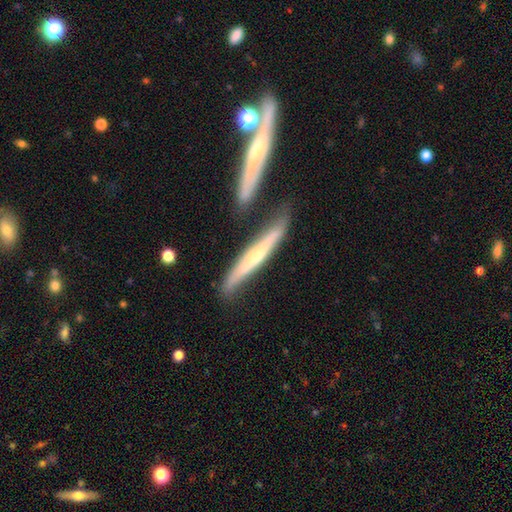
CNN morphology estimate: The model was most divided on "smooth or featured": featured or disk: 60%, smooth: 34%, star or artifact: 5%. More confident: edge-on disk — yes (89%); merging — none (64%); edge-on bulge — rounded (59%).